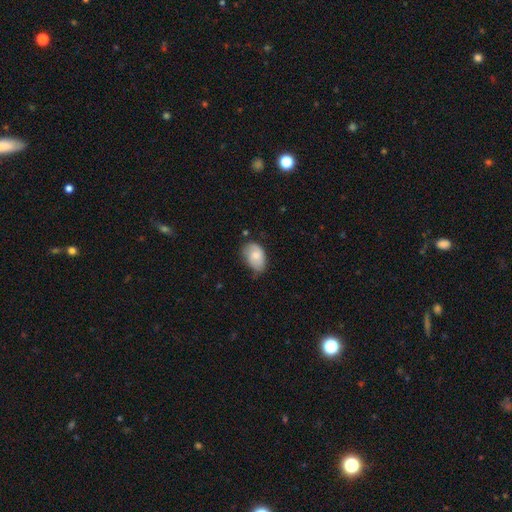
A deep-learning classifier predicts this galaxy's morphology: This is likely a smooth galaxy (72%). How rounded: clearly in between (88%). Merging: possibly none (54%).